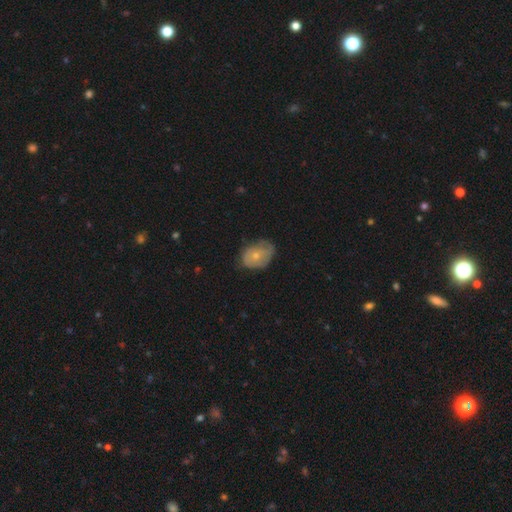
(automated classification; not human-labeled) Q: Smooth or featured?
A: smooth (57%); runner-up: featured or disk (36%)
Q: How rounded?
A: in between (69%); runner-up: round (30%)
Q: Merging?
A: none (55%); runner-up: minor disturbance (33%)